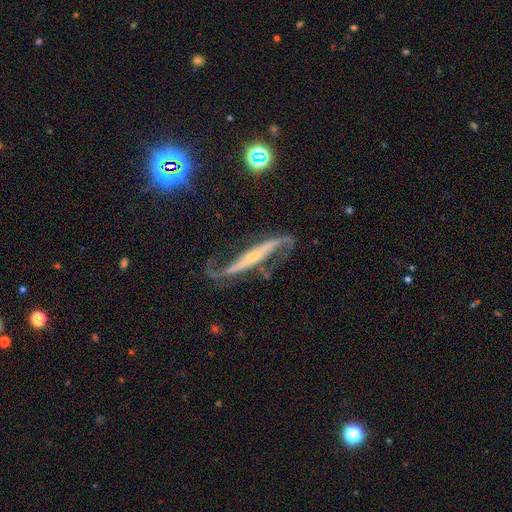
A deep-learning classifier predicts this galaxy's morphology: The model was most divided on "bar": strong: 55%, no: 27%, weak: 18%. More confident: spiral arms — yes (96%); spiral arm count — 2 (92%); smooth or featured — featured or disk (87%); bulge size — small (71%); edge-on disk — no (68%); merging — none (65%); spiral winding — loose (64%).